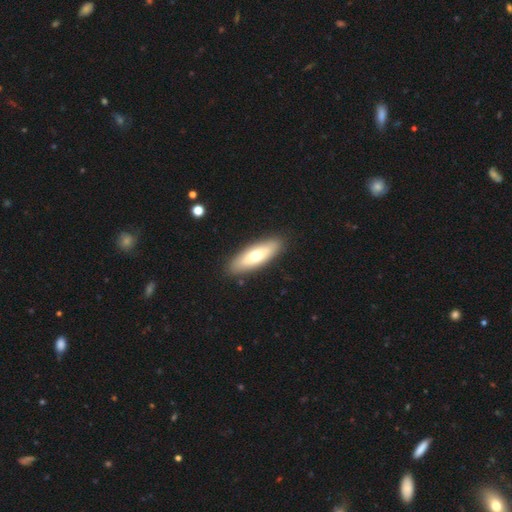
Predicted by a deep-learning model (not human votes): Morphology: type=smooth (60%); roundness=in between (59%); merging=none (89%).